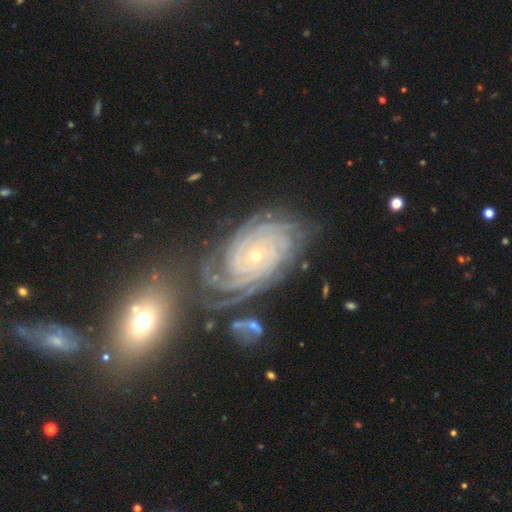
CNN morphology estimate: Smooth or featured? featured or disk (89%)
Edge-on disk? no (96%)
Bar? no (77%)
Spiral arms? yes (98%)
Spiral winding? tight (85%)
Spiral arm count? 4 (28%)
Bulge size? small (71%)
Merging? none (69%)